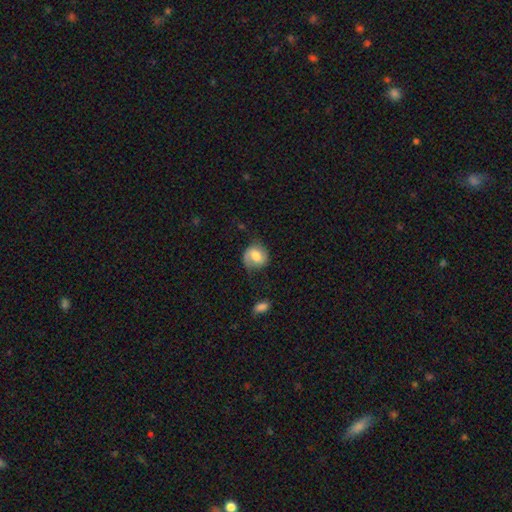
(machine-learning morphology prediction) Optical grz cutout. It shows a smooth galaxy with no disk features (48%). Merging: none (60%).